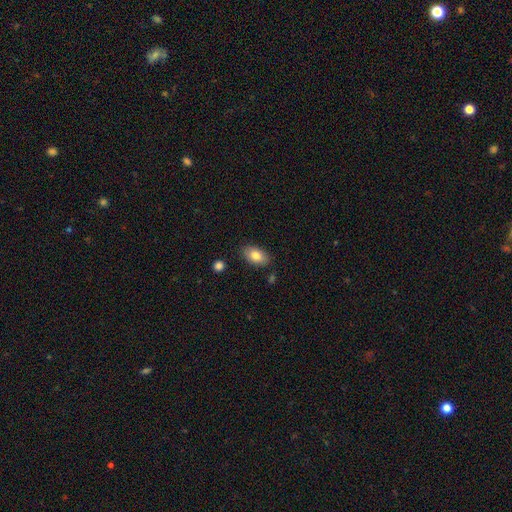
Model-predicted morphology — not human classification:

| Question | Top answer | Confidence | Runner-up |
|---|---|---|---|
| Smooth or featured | smooth | 81% | featured or disk (12%) |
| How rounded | in between | 91% | round (7%) |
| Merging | none | 85% | minor disturbance (10%) |